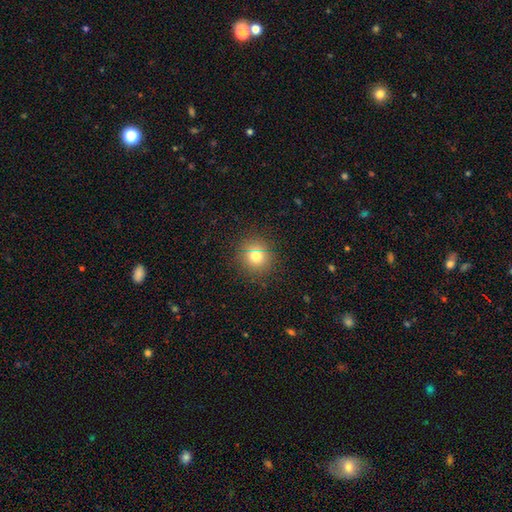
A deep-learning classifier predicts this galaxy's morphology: This is likely a smooth galaxy (75%). How rounded: clearly round (91%). Merging: clearly none (89%).